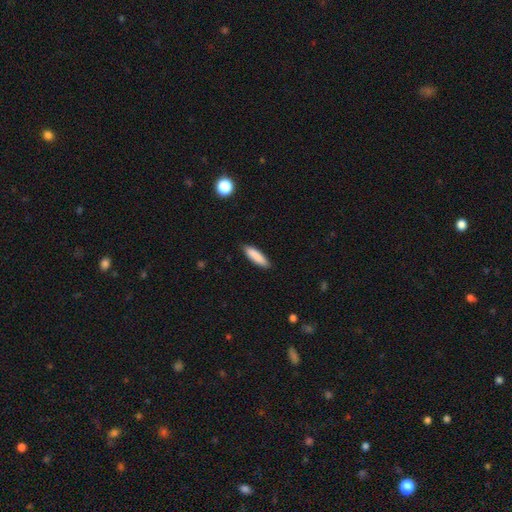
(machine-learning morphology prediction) smooth_or_featured: smooth (p=0.88) [alt: featured or disk p=0.06]
how_rounded: cigar-shaped (p=0.64) [alt: in between p=0.35]
merging: none (p=0.88) [alt: minor disturbance p=0.09]